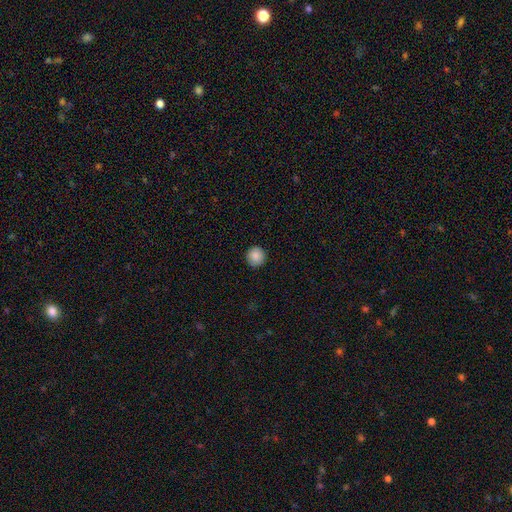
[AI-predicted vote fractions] A smooth galaxy with no disk features (88%) that is round (95%).

Vote fractions:
- Smooth or featured? smooth: 88% / star or artifact: 8% / featured or disk: 4%
- How rounded? round: 95% / in between: 4% / cigar-shaped: 1%
- Merging? none: 92% / minor disturbance: 5% / major disturbance: 2% / merger: 1%